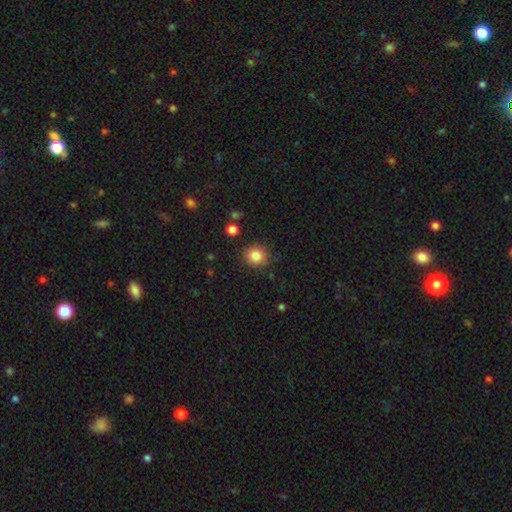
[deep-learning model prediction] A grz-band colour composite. It shows a smooth galaxy with no disk features (85%) that is round (87%). Merging: none (86%).